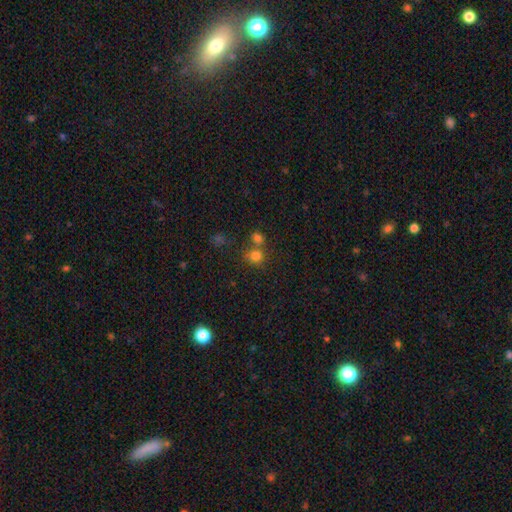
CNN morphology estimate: smooth 77%, star or artifact 16%, featured or disk 7%. Down the decision tree: how rounded — round (84%); merging — none (56%).